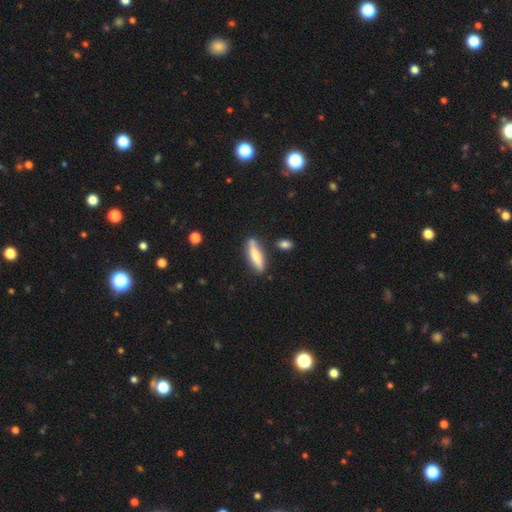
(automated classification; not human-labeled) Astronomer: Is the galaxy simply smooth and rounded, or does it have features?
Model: smooth — 62%.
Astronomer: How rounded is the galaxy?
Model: cigar-shaped — 71%.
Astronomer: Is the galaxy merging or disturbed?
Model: none — 75%.